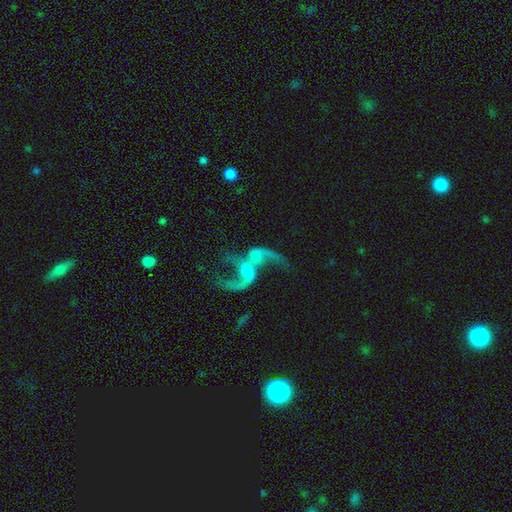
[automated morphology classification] A featured or disk galaxy (80%) with no bar (50%), 2 (84%) loose (89%) spiral arms (85%) and no central bulge (39%).

Vote fractions:
- Smooth or featured? featured or disk: 80% / smooth: 12% / star or artifact: 9%
- Edge-on disk? no: 96% / yes: 4%
- Bar? no: 50% / weak: 36% / strong: 14%
- Spiral arms? yes: 85% / no: 15%
- Spiral winding? loose: 89% / medium: 9% / tight: 2%
- Spiral arm count? 2: 84% / 1: 9% / can't tell: 3% / 3: 2% / 4: 1% / more than 4: 1%
- Bulge size? none: 39% / moderate: 26% / small: 24% / large: 9% / dominant: 2%
- Merging? merger: 47% / none: 25% / major disturbance: 18% / minor disturbance: 9%